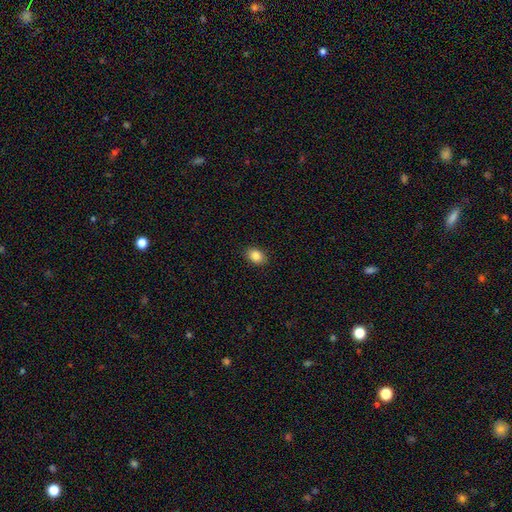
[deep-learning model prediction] smooth_or_featured: smooth (p=0.86) [alt: star or artifact p=0.09]
how_rounded: in between (p=0.67) [alt: round p=0.32]
merging: none (p=0.90) [alt: minor disturbance p=0.07]